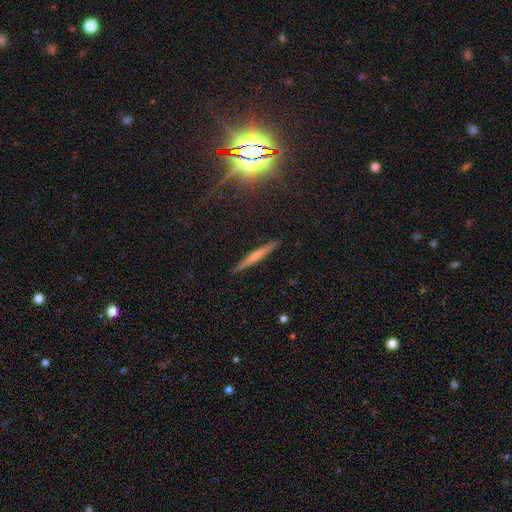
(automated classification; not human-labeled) Morphology: type=featured or disk (52%); edge-on=yes (97%); edge-on bulge=rounded (51%); merging=none (91%).